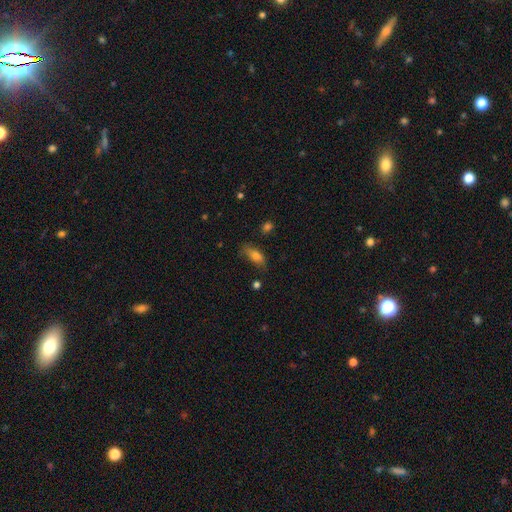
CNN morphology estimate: Smooth or featured?
  - smooth: 75% *
  - featured or disk: 15%
  - star or artifact: 10%
How rounded?
  - in between: 77% *
  - cigar-shaped: 18%
  - round: 5%
Merging?
  - none: 54% *
  - minor disturbance: 29%
  - major disturbance: 13%
  - merger: 3%